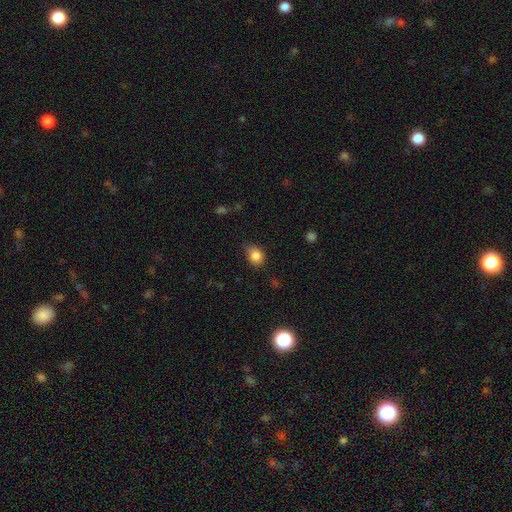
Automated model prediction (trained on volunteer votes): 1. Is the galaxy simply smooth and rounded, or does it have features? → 84% smooth, 10% star or artifact, 6% featured or disk.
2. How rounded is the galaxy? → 52% in between, 47% round, 1% cigar-shaped.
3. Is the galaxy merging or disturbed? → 68% none, 26% minor disturbance, 5% major disturbance, 1% merger.